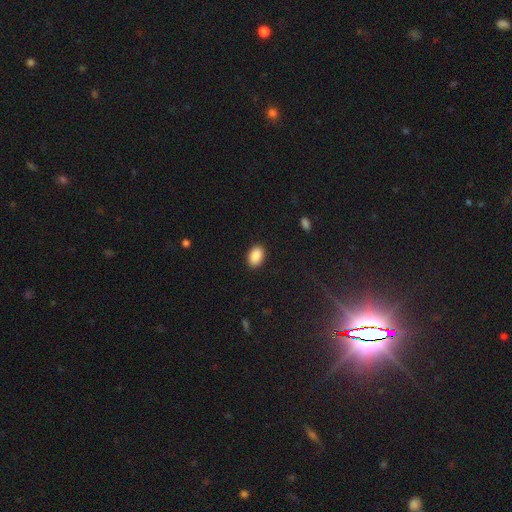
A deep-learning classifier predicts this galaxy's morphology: type=smooth (90%); roundness=in between (84%); merging=none (89%).